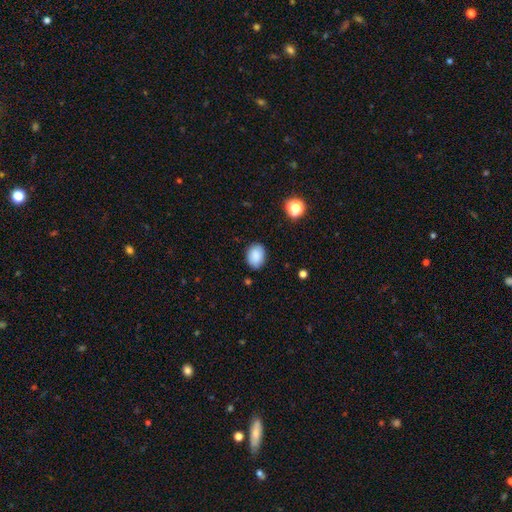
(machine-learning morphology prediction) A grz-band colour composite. It shows a smooth galaxy with no disk features (87%) that is in between round and cigar-shaped (74%). Merging: none (83%).